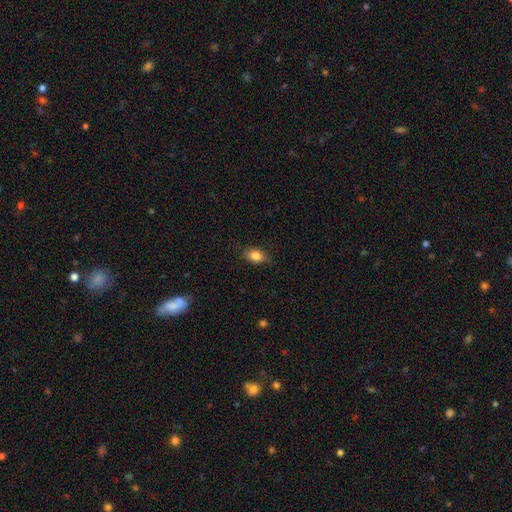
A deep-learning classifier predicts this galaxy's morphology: This appears to be a smooth galaxy with no disk features (84%) that is in between round and cigar-shaped (80%). Merging: none (83%).